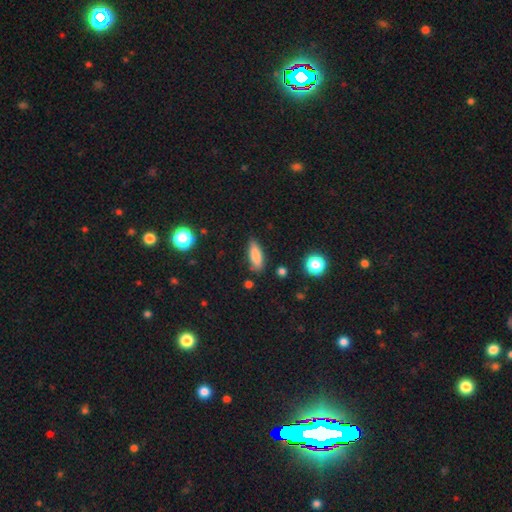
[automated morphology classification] This appears to be a smooth galaxy with no disk features (82%) that is in between round and cigar-shaped (63%). Merging: none (80%).